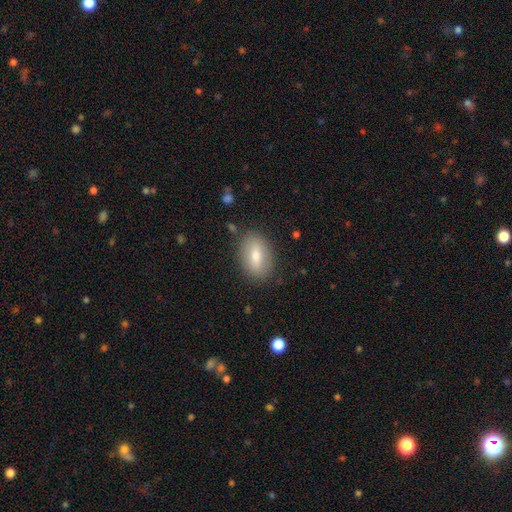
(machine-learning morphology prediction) This appears to be a smooth galaxy with no disk features (68%) that is in between round and cigar-shaped (88%). Merging: none (84%).